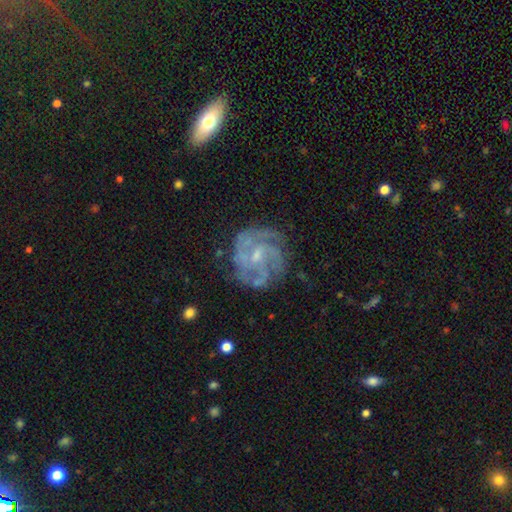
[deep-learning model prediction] Smooth or featured? Predicted: featured or disk (p=0.85). Edge-on disk? Predicted: no (p=0.98). Bar? Predicted: no (p=0.52). Spiral arms? Predicted: yes (p=0.94). Spiral winding? Predicted: tight (p=0.53). Spiral arm count? Predicted: 3 (p=0.31). Bulge size? Predicted: small (p=0.62). Merging? Predicted: none (p=0.74).